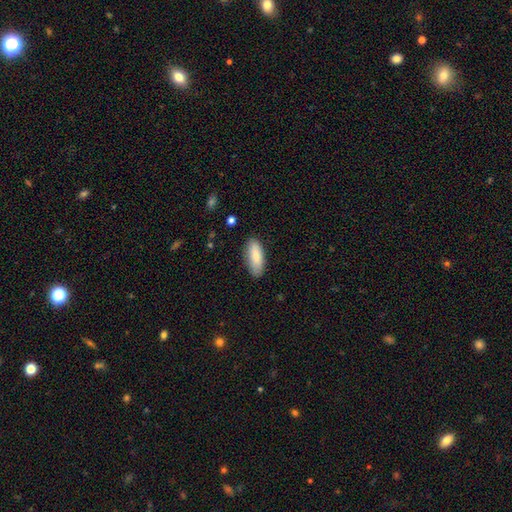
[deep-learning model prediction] Smooth or featured? smooth (80%)
How rounded? in between (77%)
Merging? none (84%)